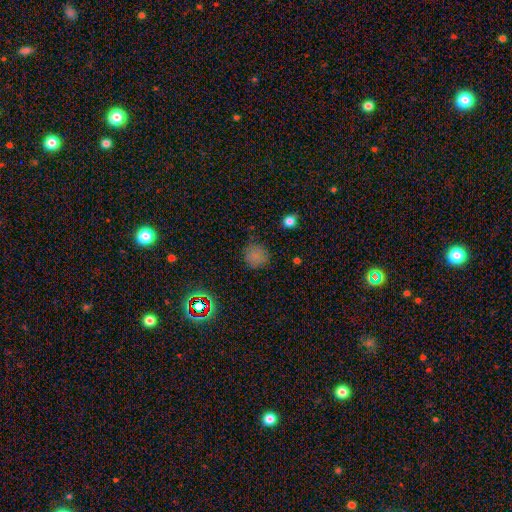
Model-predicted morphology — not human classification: smooth_or_featured: smooth (p=0.74) [alt: star or artifact p=0.19]
how_rounded: round (p=0.90) [alt: in between p=0.09]
merging: none (p=0.79) [alt: minor disturbance p=0.15]